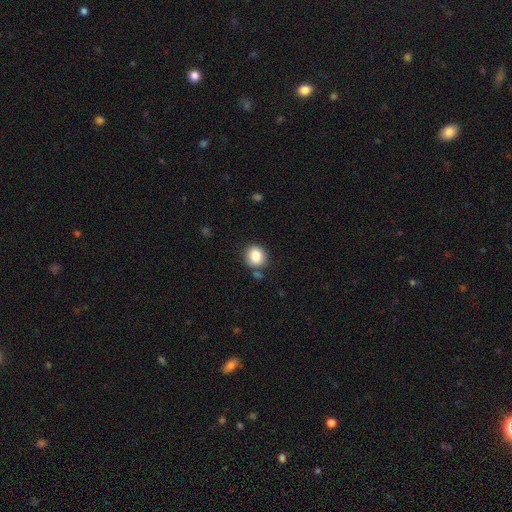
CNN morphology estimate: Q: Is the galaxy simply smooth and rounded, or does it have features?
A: smooth — 85%.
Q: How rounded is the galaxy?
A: round — 77%.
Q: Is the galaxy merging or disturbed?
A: none — 78%.